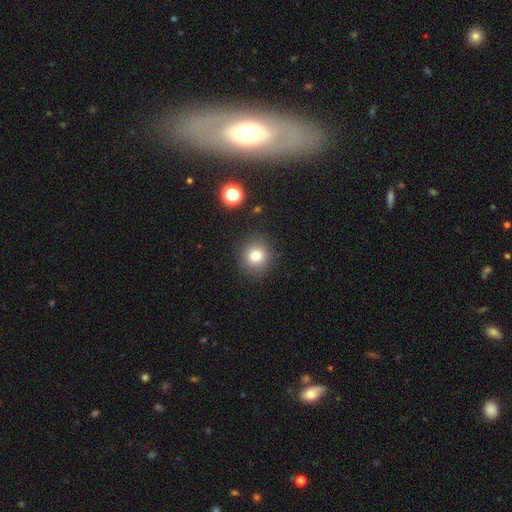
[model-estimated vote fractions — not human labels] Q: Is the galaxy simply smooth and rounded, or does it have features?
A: smooth — 80%.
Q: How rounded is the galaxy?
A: round — 87%.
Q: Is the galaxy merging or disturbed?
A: none — 87%.